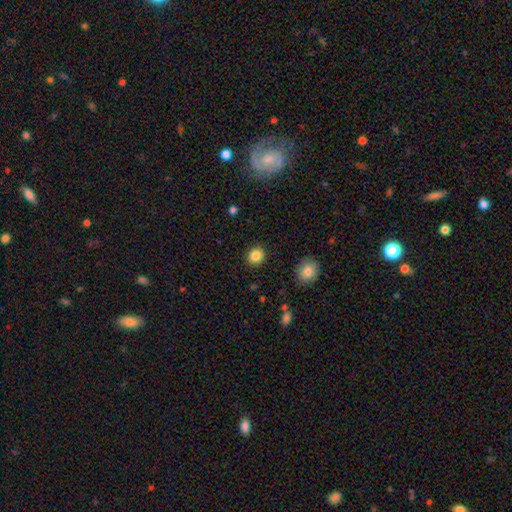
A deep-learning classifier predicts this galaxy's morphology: smooth 86%, star or artifact 10%, featured or disk 4%. Down the decision tree: how rounded — round (84%); merging — none (90%).